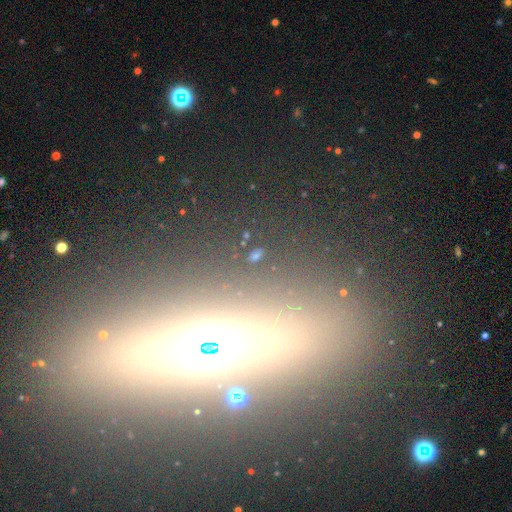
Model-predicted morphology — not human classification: smooth_or_featured: star or artifact (p=0.58) [alt: smooth p=0.29]